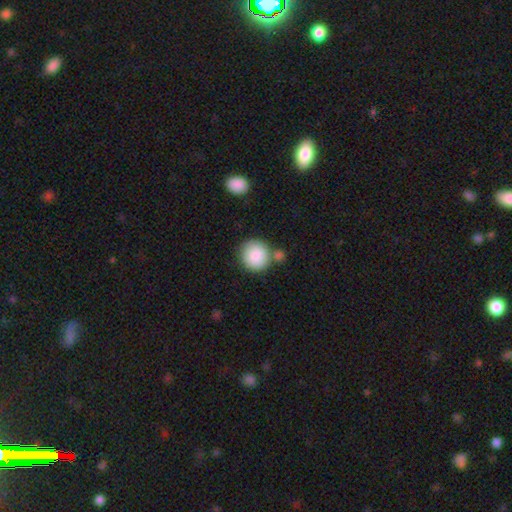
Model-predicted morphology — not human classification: smooth-or-featured: smooth: 88% | star or artifact: 7% | featured or disk: 6%
  how-rounded: round: 92% | in between: 7% | cigar-shaped: 1%
  merging: none: 67% | merger: 18% | minor disturbance: 11% | major disturbance: 4%